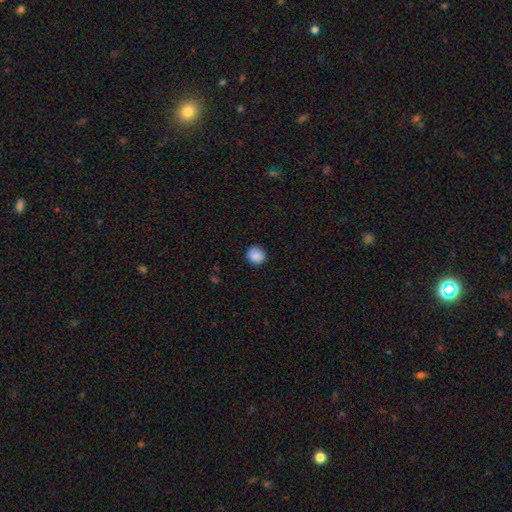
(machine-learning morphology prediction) smooth_or_featured: smooth (p=0.87) [alt: star or artifact p=0.08]
how_rounded: round (p=0.82) [alt: in between p=0.17]
merging: none (p=0.87) [alt: minor disturbance p=0.10]